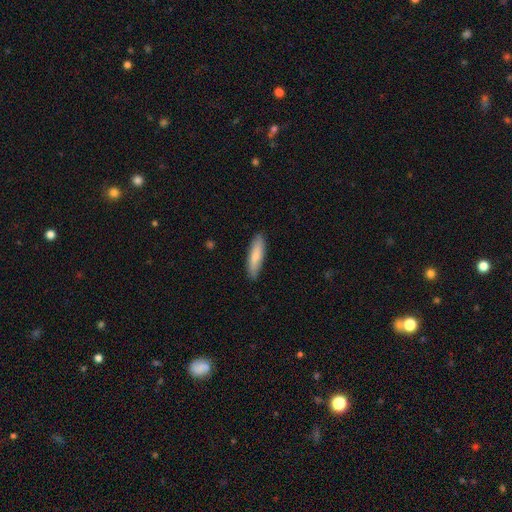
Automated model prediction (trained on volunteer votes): smooth_or_featured: smooth (p=0.79) [alt: featured or disk p=0.16]
how_rounded: cigar-shaped (p=0.69) [alt: in between p=0.30]
merging: none (p=0.85) [alt: minor disturbance p=0.12]